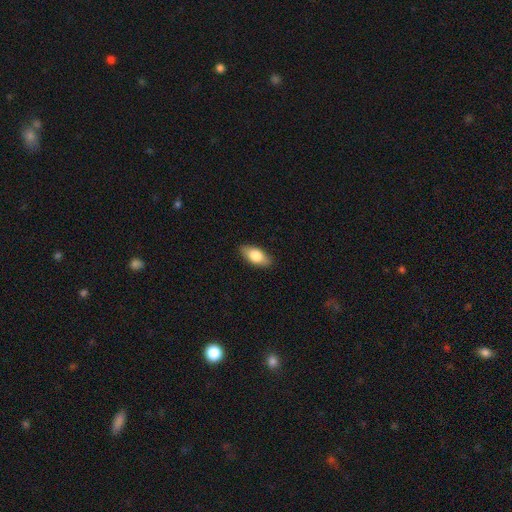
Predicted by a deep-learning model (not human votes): smooth 78%, featured or disk 16%, star or artifact 6%. Down the decision tree: how rounded — in between (88%); merging — none (87%).